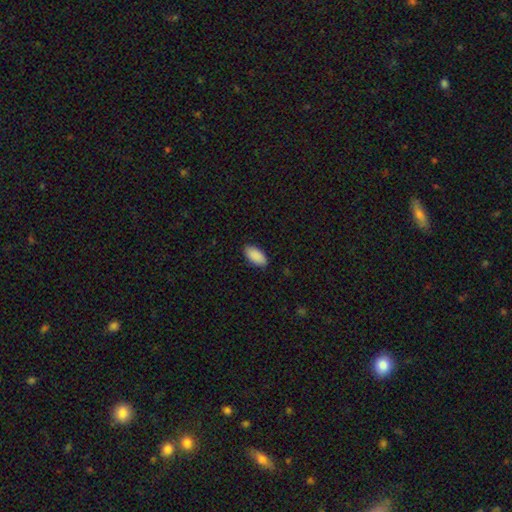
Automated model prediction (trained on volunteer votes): Morphology: type=smooth (91%); roundness=in between (94%); merging=none (88%).